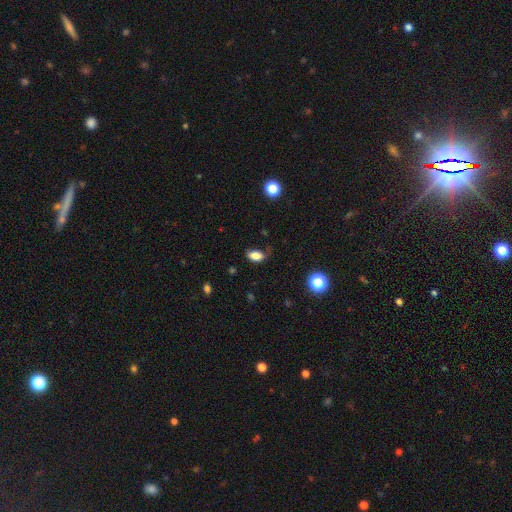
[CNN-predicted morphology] Smooth or featured?
  - smooth: 84% *
  - star or artifact: 10%
  - featured or disk: 6%
How rounded?
  - in between: 89% *
  - round: 8%
  - cigar-shaped: 3%
Merging?
  - none: 68% *
  - minor disturbance: 24%
  - major disturbance: 7%
  - merger: 2%